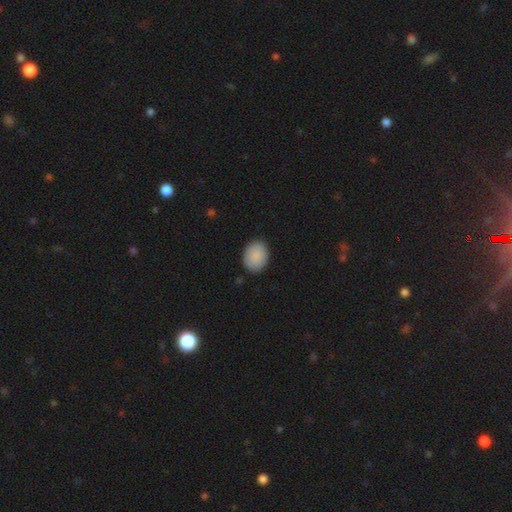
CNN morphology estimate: Smooth or featured?
  - smooth: 89% *
  - star or artifact: 6%
  - featured or disk: 5%
How rounded?
  - in between: 53% *
  - round: 46%
  - cigar-shaped: 1%
Merging?
  - none: 87% *
  - minor disturbance: 10%
  - major disturbance: 2%
  - merger: 1%